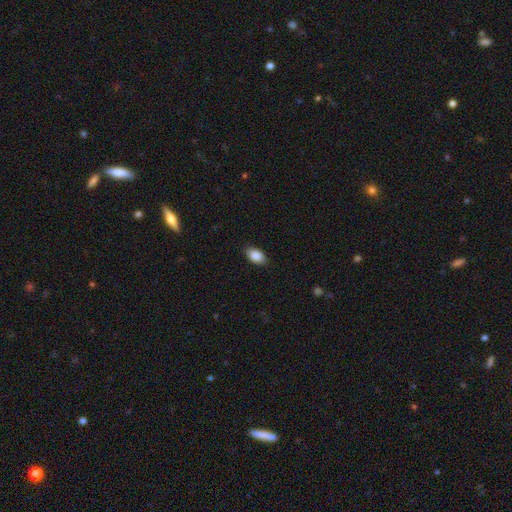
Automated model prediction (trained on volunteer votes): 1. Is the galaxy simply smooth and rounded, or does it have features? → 88% smooth, 7% star or artifact, 5% featured or disk.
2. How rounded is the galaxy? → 92% in between, 6% round, 2% cigar-shaped.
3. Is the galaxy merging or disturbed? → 87% none, 10% minor disturbance, 2% major disturbance, 1% merger.